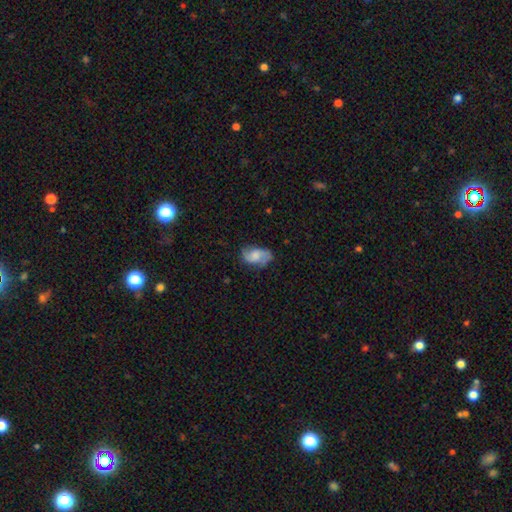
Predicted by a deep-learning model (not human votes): Smooth or featured?
  - featured or disk: 51% *
  - smooth: 42%
  - star or artifact: 8%
Edge-on disk?
  - no: 96% *
  - yes: 4%
Merging?
  - none: 62% *
  - minor disturbance: 26%
  - major disturbance: 10%
  - merger: 2%